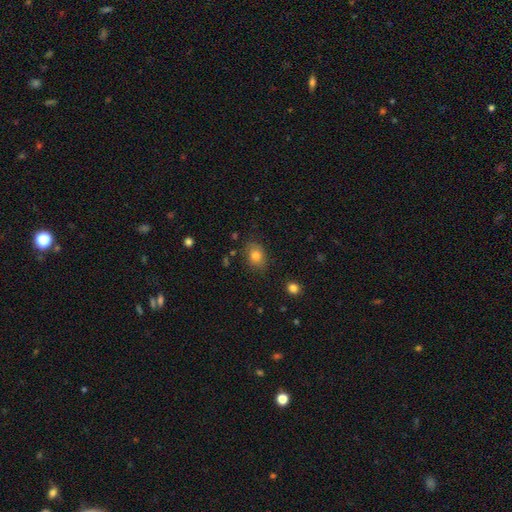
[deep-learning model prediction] Q: Smooth or featured?
A: smooth (80%); runner-up: star or artifact (11%)
Q: How rounded?
A: in between (61%); runner-up: round (38%)
Q: Merging?
A: none (81%); runner-up: minor disturbance (14%)